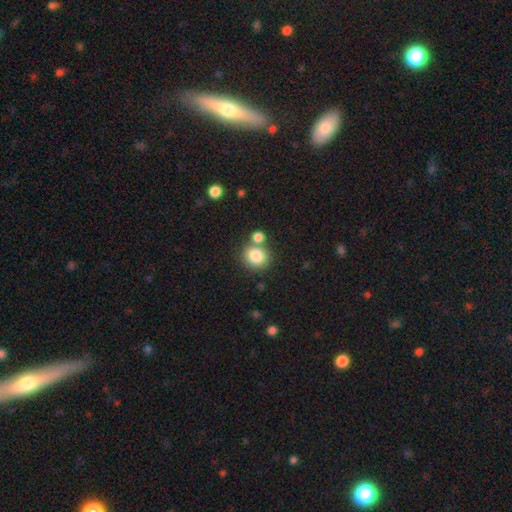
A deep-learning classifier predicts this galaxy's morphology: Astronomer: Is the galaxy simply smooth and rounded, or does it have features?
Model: smooth — 83%.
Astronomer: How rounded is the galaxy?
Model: round — 79%.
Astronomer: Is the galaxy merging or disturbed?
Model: none — 63%.